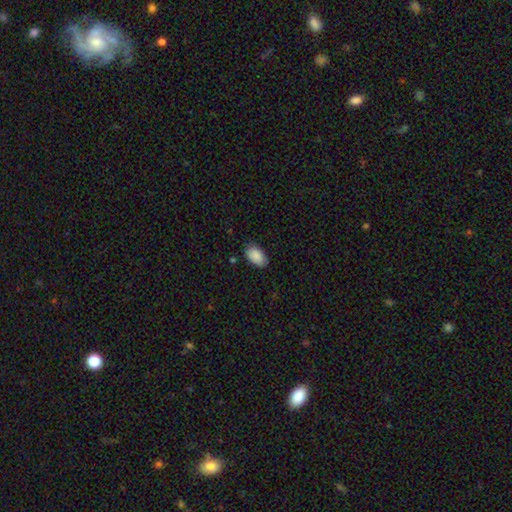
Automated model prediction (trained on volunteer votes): Morphology: type=smooth (89%); roundness=in between (94%); merging=none (79%).